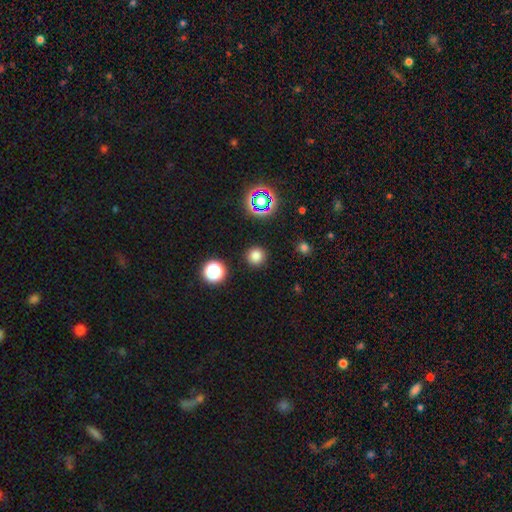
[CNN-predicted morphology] smooth 77%, star or artifact 17%, featured or disk 5%. Down the decision tree: how rounded — round (95%); merging — none (90%).